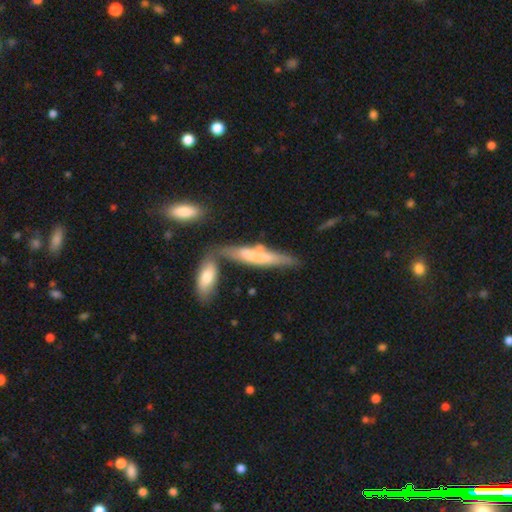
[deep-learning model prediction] A smooth galaxy with no disk features (54%) that is cigar-shaped (83%).

Vote fractions:
- Smooth or featured? smooth: 54% / featured or disk: 39% / star or artifact: 7%
- How rounded? cigar-shaped: 83% / in between: 16% / round: 2%
- Merging? none: 46% / merger: 27% / minor disturbance: 20% / major disturbance: 7%